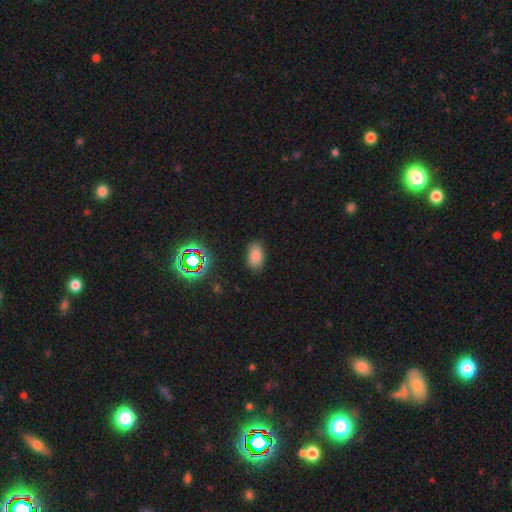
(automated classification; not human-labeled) A smooth galaxy with no disk features (78%) that is in between round and cigar-shaped (92%).

Vote fractions:
- Smooth or featured? smooth: 78% / star or artifact: 14% / featured or disk: 8%
- How rounded? in between: 92% / round: 7% / cigar-shaped: 2%
- Merging? none: 84% / minor disturbance: 11% / major disturbance: 3% / merger: 1%